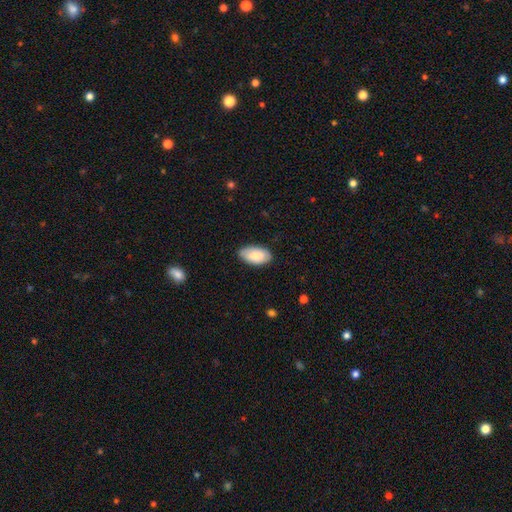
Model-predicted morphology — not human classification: Smooth or featured: smooth — 85% (featured or disk — 9%)
How rounded: in between — 96% (round — 2%)
Merging: none — 84% (minor disturbance — 13%)